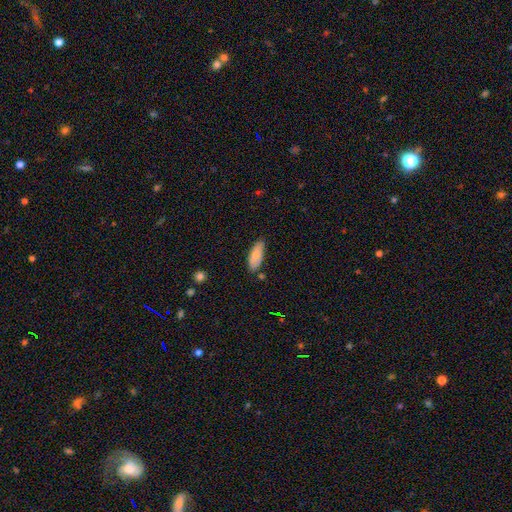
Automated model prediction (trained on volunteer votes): Smooth or featured? smooth (79%)
How rounded? in between (76%)
Merging? none (74%)